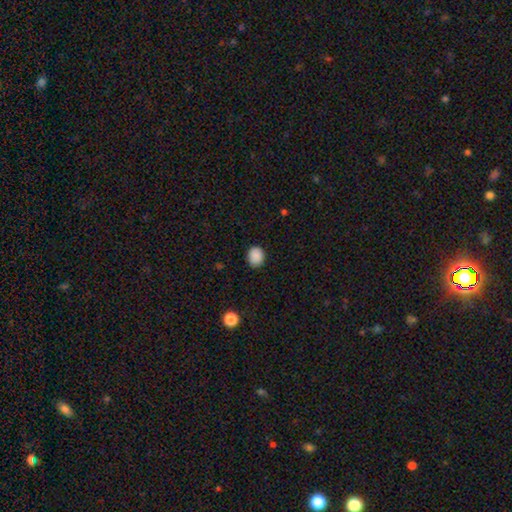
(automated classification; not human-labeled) Smooth or featured: smooth — 89% (star or artifact — 9%)
How rounded: round — 54% (in between — 45%)
Merging: none — 87% (minor disturbance — 10%)